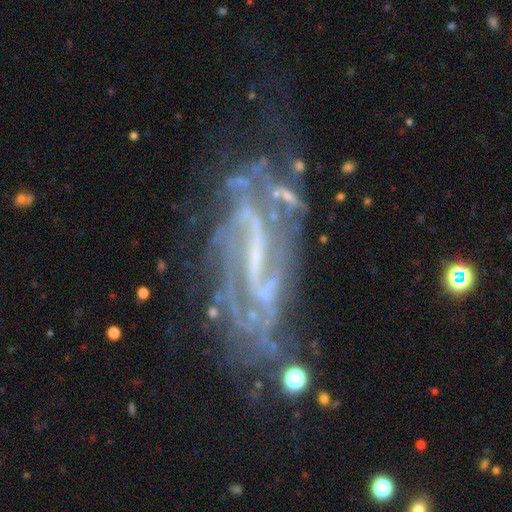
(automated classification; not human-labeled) smooth-or-featured: featured or disk: 85% | star or artifact: 9% | smooth: 6%
  disk-edge-on: no: 91% | yes: 9%
    bar: strong: 50% | weak: 34% | no: 16%
    has-spiral-arms: yes: 88% | no: 12%
      spiral-winding: medium: 41% | tight: 39% | loose: 20%
      spiral-arm-count: 2: 37% | can't tell: 36% | 3: 11% | 4: 6% | 1: 5% | more than 4: 5%
    bulge-size: small: 41% | none: 40% | moderate: 16% | large: 2% | dominant: 1%
  merging: none: 56% | minor disturbance: 22% | major disturbance: 17% | merger: 5%